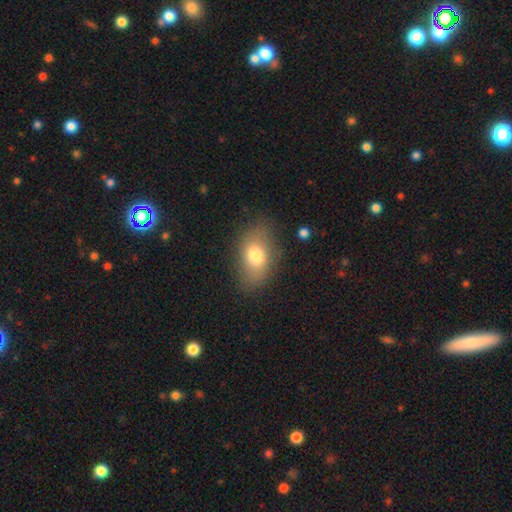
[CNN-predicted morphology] Smooth or featured? Predicted: smooth (p=0.74). How rounded? Predicted: in between (p=0.85). Merging? Predicted: none (p=0.76).